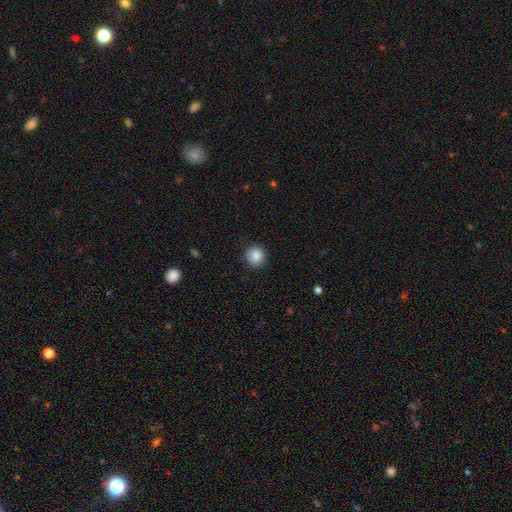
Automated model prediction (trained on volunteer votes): smooth-or-featured: smooth: 86% | star or artifact: 9% | featured or disk: 5%
  how-rounded: round: 90% | in between: 9% | cigar-shaped: 1%
  merging: none: 88% | minor disturbance: 8% | major disturbance: 2% | merger: 1%